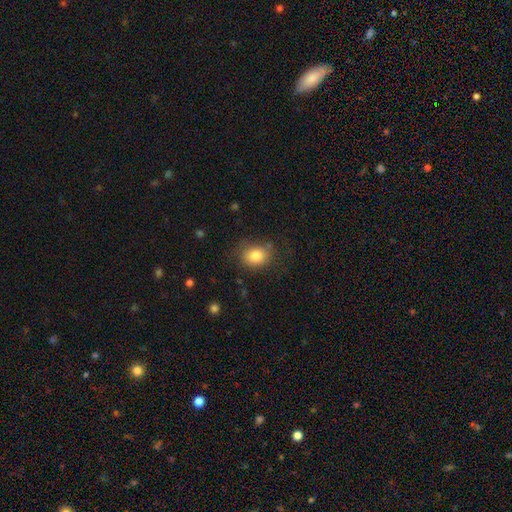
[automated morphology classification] Smooth or featured: smooth — 83% (star or artifact — 10%)
How rounded: in between — 50% (round — 49%)
Merging: none — 75% (minor disturbance — 17%)